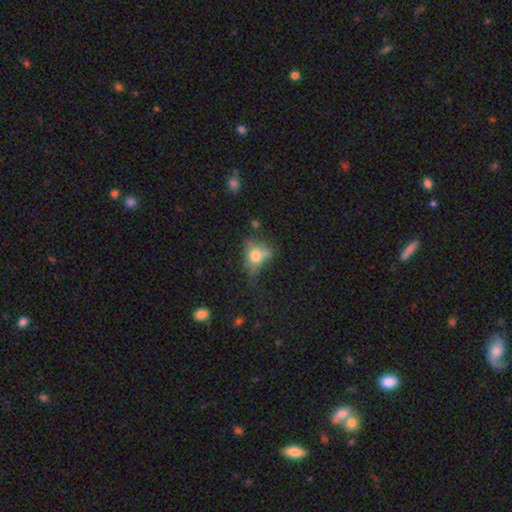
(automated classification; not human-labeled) This appears to be a smooth galaxy with no disk features (65%) that is in between round and cigar-shaped (58%). Merging: none (33%).